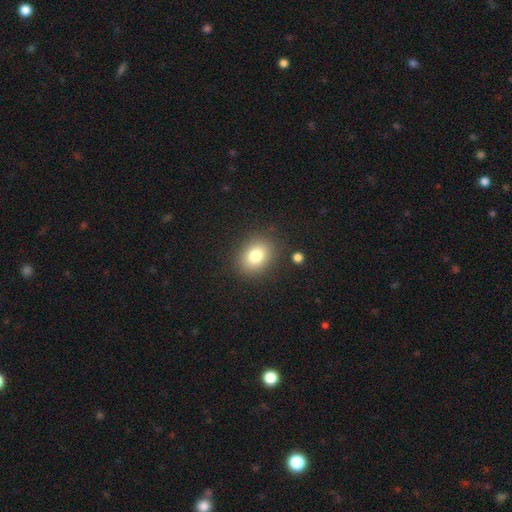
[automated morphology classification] smooth_or_featured: smooth (p=0.80) [alt: star or artifact p=0.11]
how_rounded: in between (p=0.54) [alt: round p=0.45]
merging: none (p=0.85) [alt: minor disturbance p=0.09]